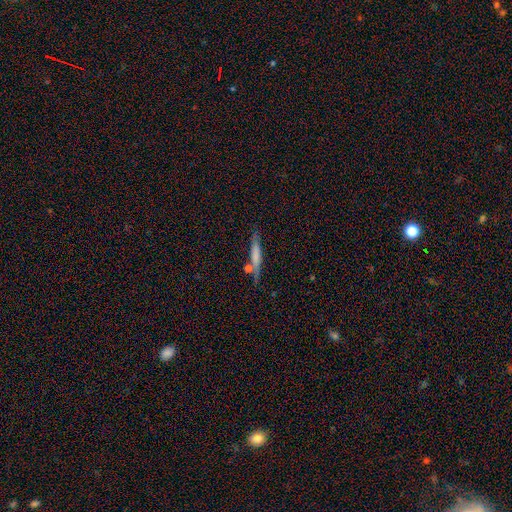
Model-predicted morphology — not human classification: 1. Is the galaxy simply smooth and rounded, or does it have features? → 61% smooth, 32% featured or disk, 7% star or artifact.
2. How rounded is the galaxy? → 90% cigar-shaped, 8% in between, 2% round.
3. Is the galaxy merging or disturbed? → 68% none, 15% minor disturbance, 12% merger, 4% major disturbance.